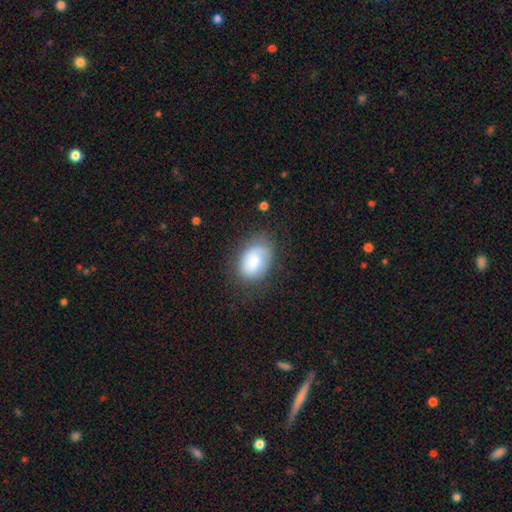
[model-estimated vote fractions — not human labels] This is likely a smooth galaxy (60%). How rounded: likely in between (78%). Merging: likely none (65%).